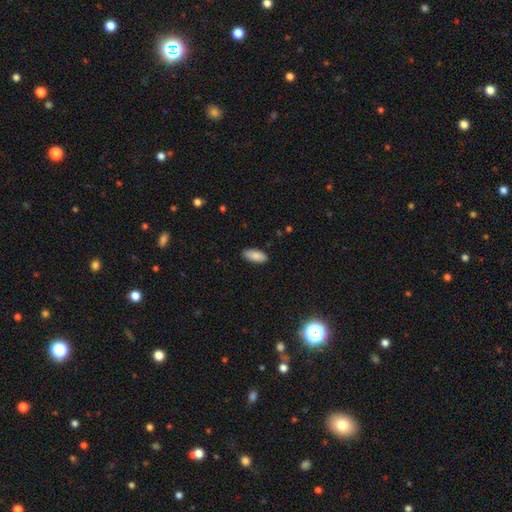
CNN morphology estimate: This appears to be a smooth galaxy with no disk features (89%) that is in between round and cigar-shaped (86%). Merging: none (88%).